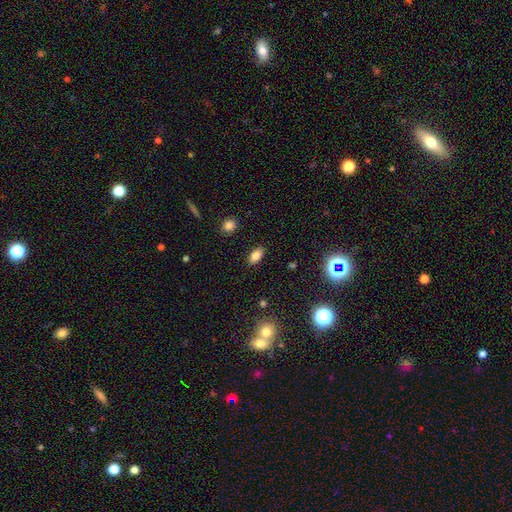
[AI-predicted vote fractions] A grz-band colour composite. It shows a smooth galaxy with no disk features (83%) that is in between round and cigar-shaped (89%). Merging: none (88%).